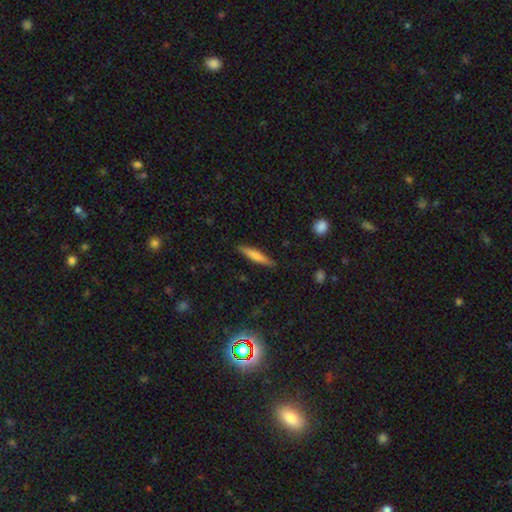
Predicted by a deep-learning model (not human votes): Smooth or featured?
  - smooth: 69% *
  - featured or disk: 25%
  - star or artifact: 6%
How rounded?
  - cigar-shaped: 91% *
  - in between: 8%
  - round: 1%
Merging?
  - none: 89% *
  - minor disturbance: 8%
  - major disturbance: 2%
  - merger: 1%